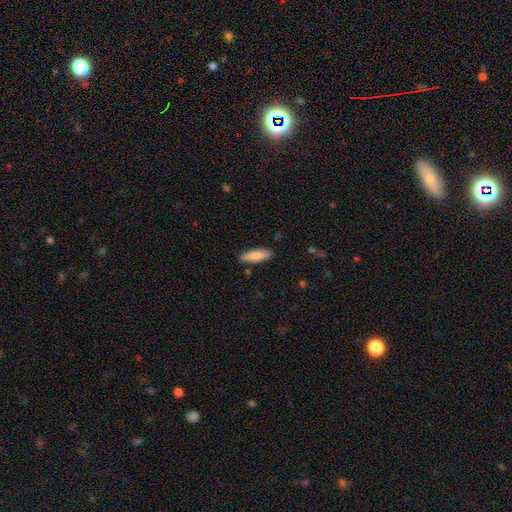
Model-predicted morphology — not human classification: smooth-or-featured: smooth: 81% | featured or disk: 14% | star or artifact: 6%
  how-rounded: cigar-shaped: 57% | in between: 41% | round: 2%
  merging: none: 86% | minor disturbance: 10% | major disturbance: 2% | merger: 2%